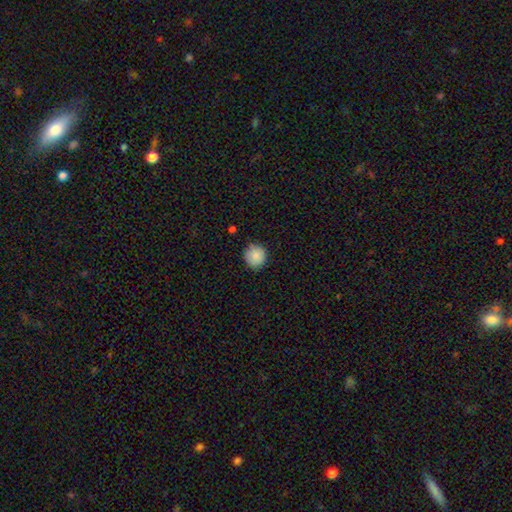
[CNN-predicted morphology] Overall: smooth (88%). How rounded: round (94%). Merging: none (87%).